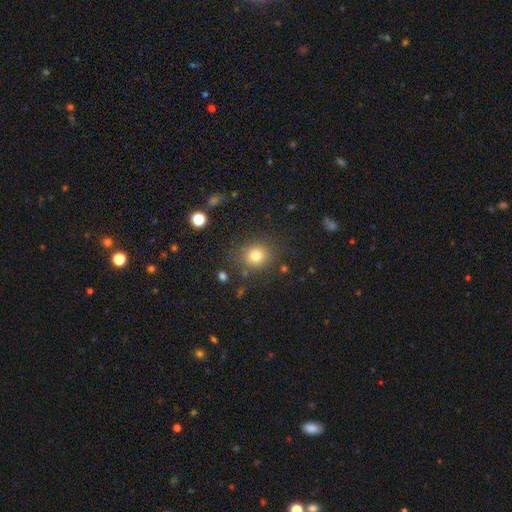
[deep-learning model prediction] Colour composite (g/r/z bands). It shows a smooth galaxy with no disk features (78%) that is round (80%). Merging: none (81%).